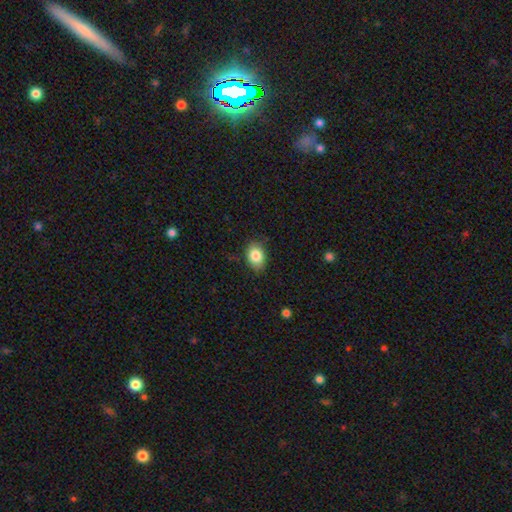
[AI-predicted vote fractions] This appears to be a smooth galaxy with no disk features (84%) that is in between round and cigar-shaped (70%). Merging: none (80%).